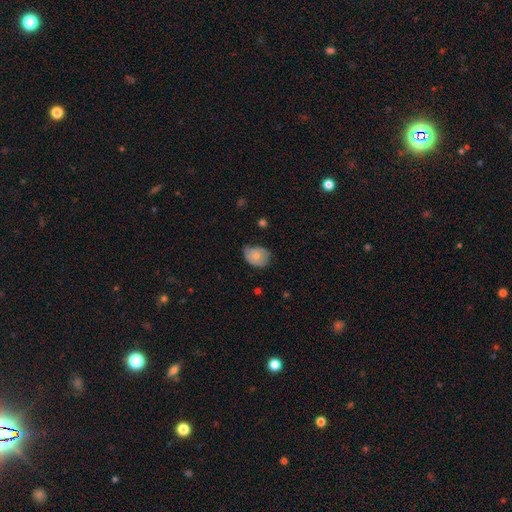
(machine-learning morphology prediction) smooth_or_featured: smooth (p=0.65) [alt: featured or disk p=0.27]
how_rounded: in between (p=0.58) [alt: round p=0.41]
merging: none (p=0.44) [alt: minor disturbance p=0.43]